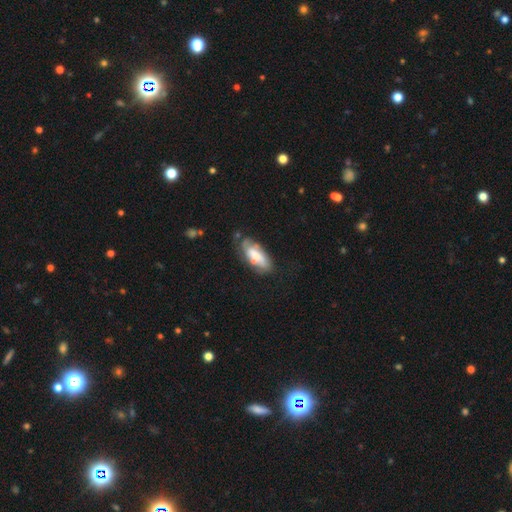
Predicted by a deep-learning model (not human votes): smooth_or_featured: smooth (p=0.51) [alt: featured or disk p=0.41]
how_rounded: in between (p=0.81) [alt: cigar-shaped p=0.17]
merging: none (p=0.55) [alt: minor disturbance p=0.28]